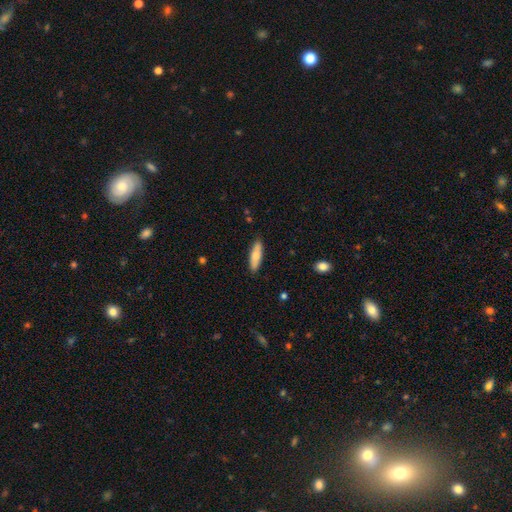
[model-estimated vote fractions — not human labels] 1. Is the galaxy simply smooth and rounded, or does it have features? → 74% smooth, 20% featured or disk, 6% star or artifact.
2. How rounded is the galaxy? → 55% cigar-shaped, 43% in between, 2% round.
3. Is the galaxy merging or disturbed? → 85% none, 11% minor disturbance, 2% major disturbance, 2% merger.